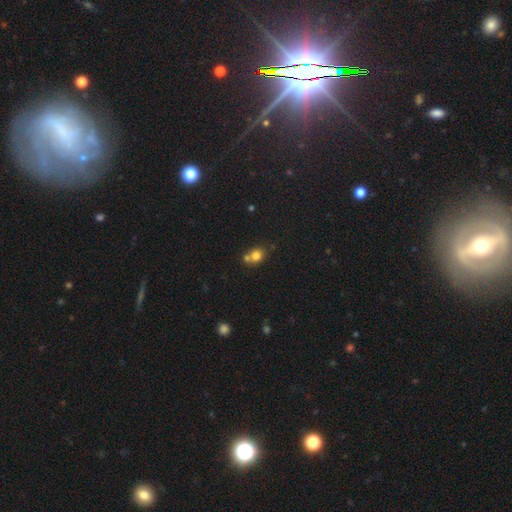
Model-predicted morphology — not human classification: This appears to be a smooth galaxy with no disk features (77%) that is round (71%). Merging: none (49%).